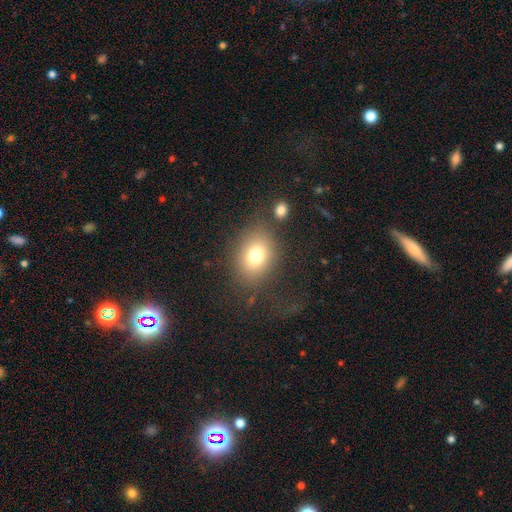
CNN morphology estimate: smooth_or_featured: smooth (p=0.75) [alt: featured or disk p=0.13]
how_rounded: in between (p=0.58) [alt: round p=0.41]
merging: none (p=0.74) [alt: minor disturbance p=0.13]